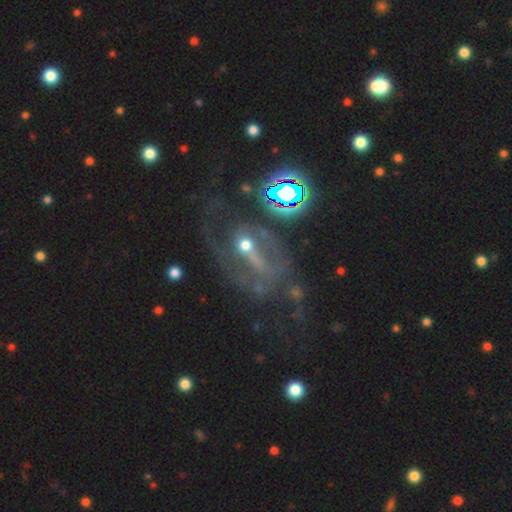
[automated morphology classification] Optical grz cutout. It shows a featured or disk galaxy (74%) with a weak bar (40%), 2 (55%) medium (43%) spiral arms (76%) and a small central bulge (62%). Merging: none (45%).